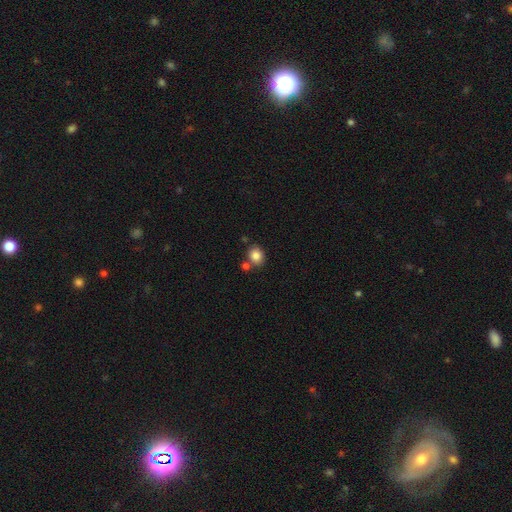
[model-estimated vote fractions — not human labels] smooth_or_featured: smooth (p=0.84) [alt: star or artifact p=0.10]
how_rounded: round (p=0.67) [alt: in between p=0.32]
merging: none (p=0.71) [alt: merger p=0.15]